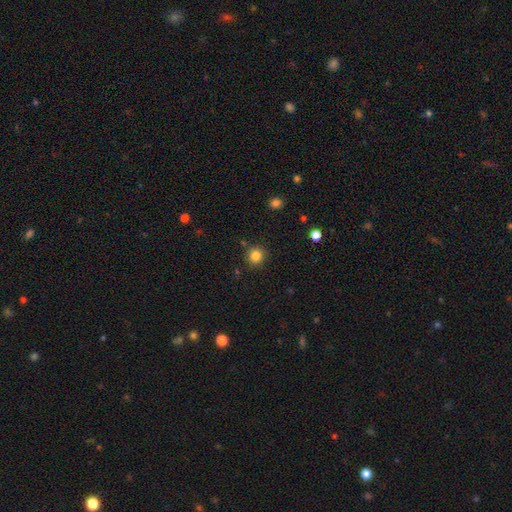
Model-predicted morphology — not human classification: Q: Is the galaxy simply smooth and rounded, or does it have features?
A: smooth — 83%.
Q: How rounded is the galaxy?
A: round — 93%.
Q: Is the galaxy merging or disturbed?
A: none — 87%.